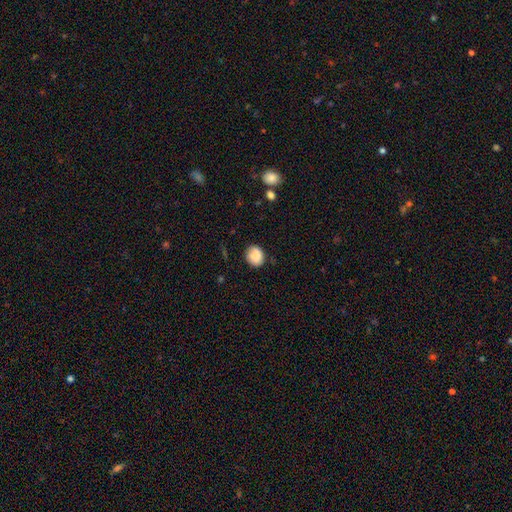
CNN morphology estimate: smooth 87%, star or artifact 8%, featured or disk 5%. Down the decision tree: how rounded — round (66%); merging — none (78%).